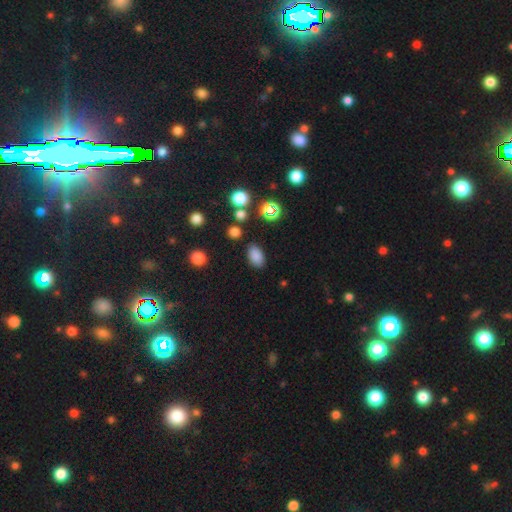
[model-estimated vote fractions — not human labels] Smooth or featured? Predicted: smooth (p=0.82). How rounded? Predicted: in between (p=0.88). Merging? Predicted: none (p=0.83).